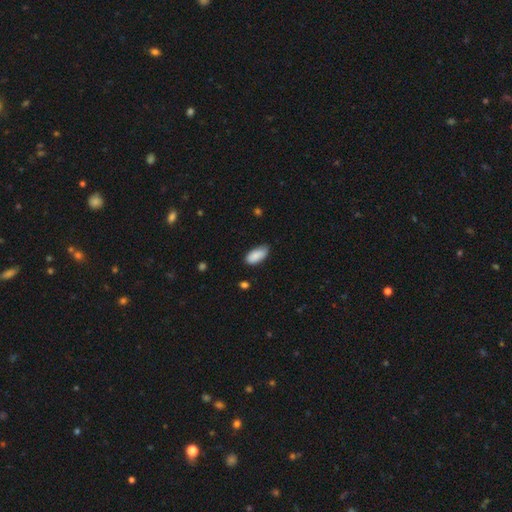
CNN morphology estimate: smooth 88%, star or artifact 6%, featured or disk 6%. Down the decision tree: how rounded — in between (92%); merging — none (68%).